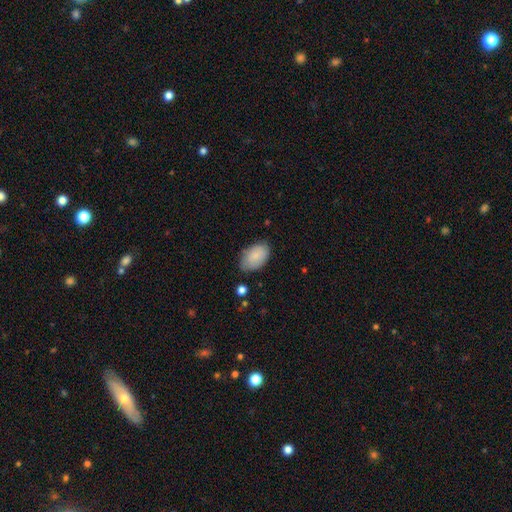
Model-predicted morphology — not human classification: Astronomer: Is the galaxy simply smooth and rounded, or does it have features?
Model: smooth — 86%.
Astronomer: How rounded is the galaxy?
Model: in between — 93%.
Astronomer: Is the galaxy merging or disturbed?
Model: none — 70%.